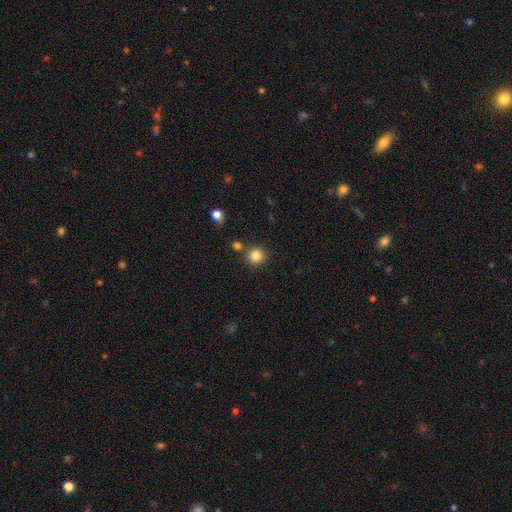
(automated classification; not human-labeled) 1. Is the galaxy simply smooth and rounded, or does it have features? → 84% smooth, 11% star or artifact, 5% featured or disk.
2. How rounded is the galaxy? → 92% round, 7% in between, 1% cigar-shaped.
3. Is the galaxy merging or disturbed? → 81% none, 9% merger, 8% minor disturbance, 3% major disturbance.